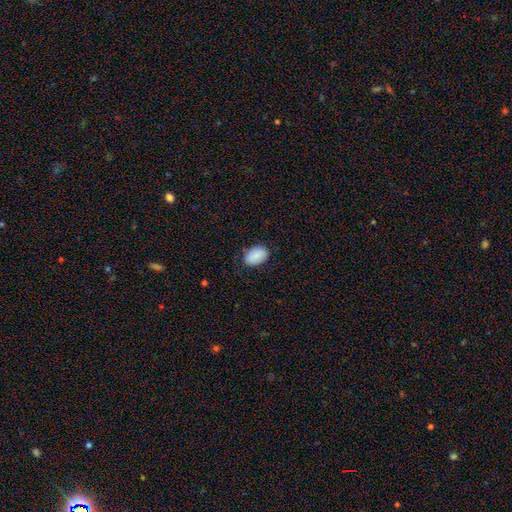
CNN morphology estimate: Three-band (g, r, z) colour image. It shows a smooth galaxy with no disk features (88%) that is in between round and cigar-shaped (89%). Merging: none (80%).